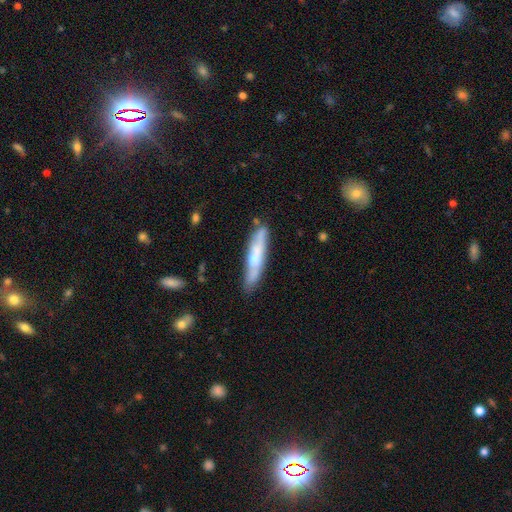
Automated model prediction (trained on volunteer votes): smooth-or-featured: smooth: 53% | featured or disk: 41% | star or artifact: 6%
  how-rounded: cigar-shaped: 87% | in between: 11% | round: 1%
  merging: none: 73% | minor disturbance: 19% | merger: 5% | major disturbance: 4%